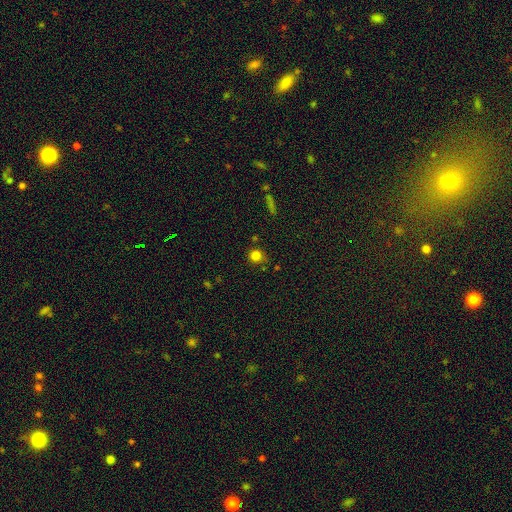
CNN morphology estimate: type=smooth (81%); roundness=round (90%); merging=none (76%).